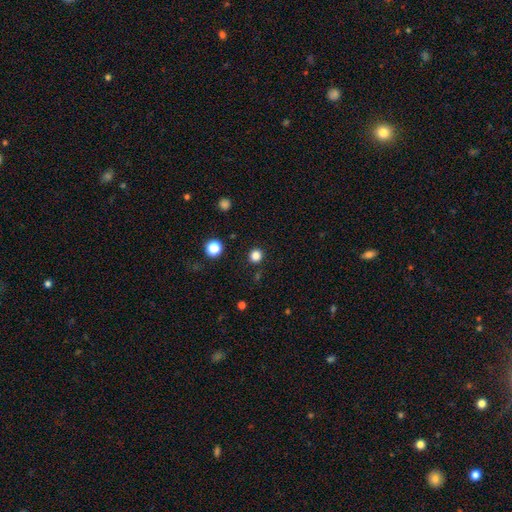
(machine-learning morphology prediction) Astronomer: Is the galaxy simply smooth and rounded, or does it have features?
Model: smooth — 82%.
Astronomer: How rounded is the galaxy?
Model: round — 94%.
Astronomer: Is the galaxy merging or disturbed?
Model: none — 91%.